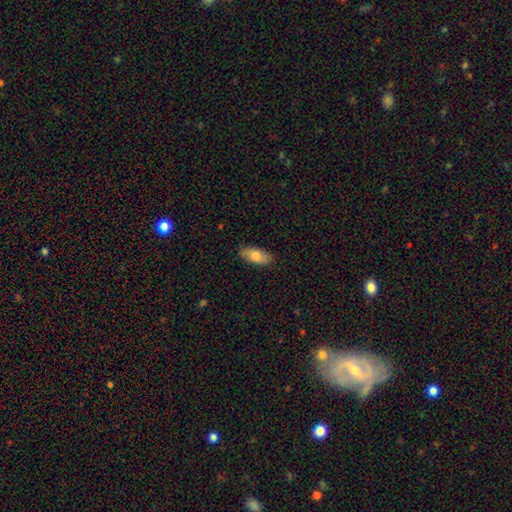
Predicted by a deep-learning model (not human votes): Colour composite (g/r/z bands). It shows a smooth galaxy with no disk features (76%) that is in between round and cigar-shaped (87%). Merging: none (87%).